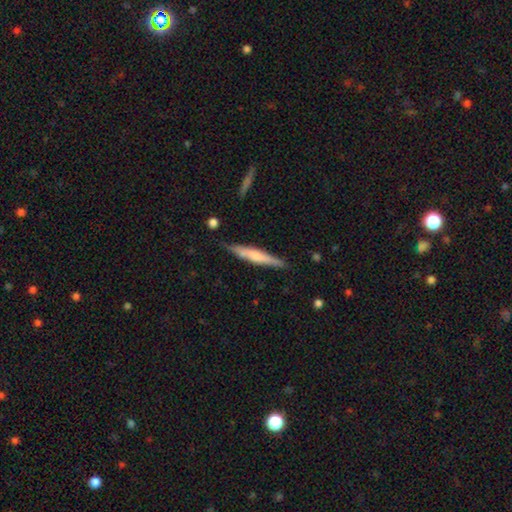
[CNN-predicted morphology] Smooth or featured? smooth (51%)
How rounded? cigar-shaped (92%)
Merging? none (81%)